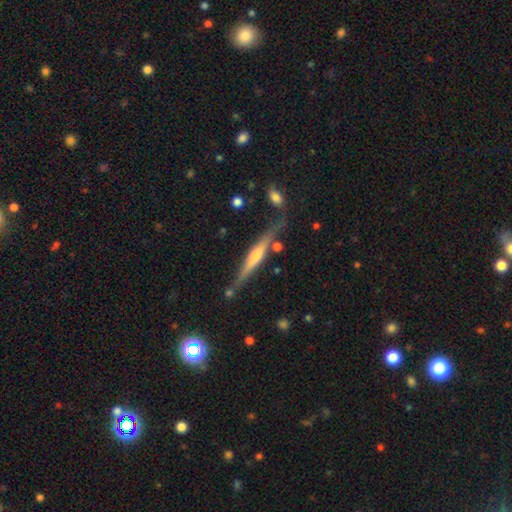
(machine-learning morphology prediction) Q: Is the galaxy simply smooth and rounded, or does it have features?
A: featured or disk — 73%.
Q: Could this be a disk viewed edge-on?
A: yes — 96%.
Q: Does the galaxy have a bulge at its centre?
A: rounded — 67%.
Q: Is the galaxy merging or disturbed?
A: none — 79%.